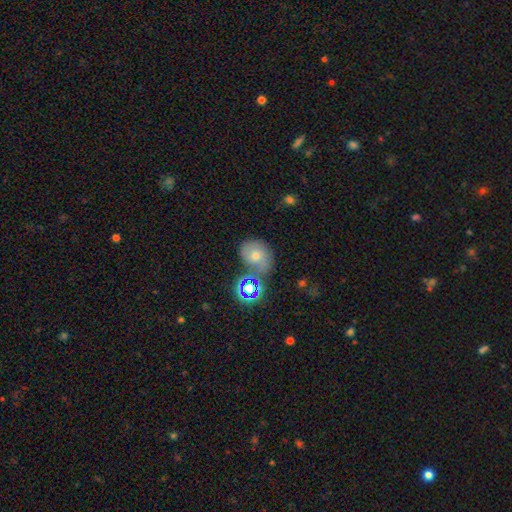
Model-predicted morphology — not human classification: Smooth or featured? Predicted: smooth (p=0.42). Merging? Predicted: none (p=0.54).